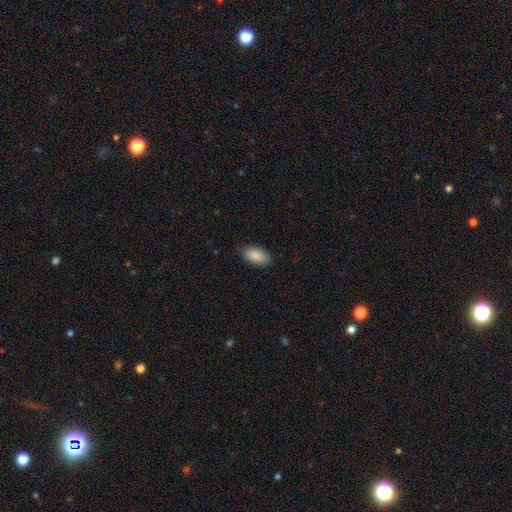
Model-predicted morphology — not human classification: Overall: smooth (89%). How rounded: in between (94%). Merging: none (84%).